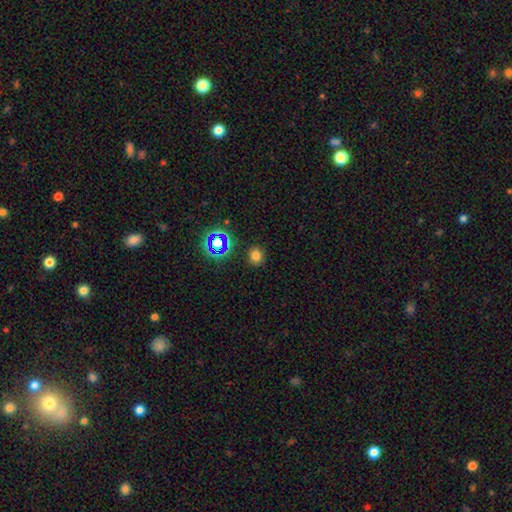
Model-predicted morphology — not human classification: type=smooth (72%); roundness=round (75%); merging=none (88%).